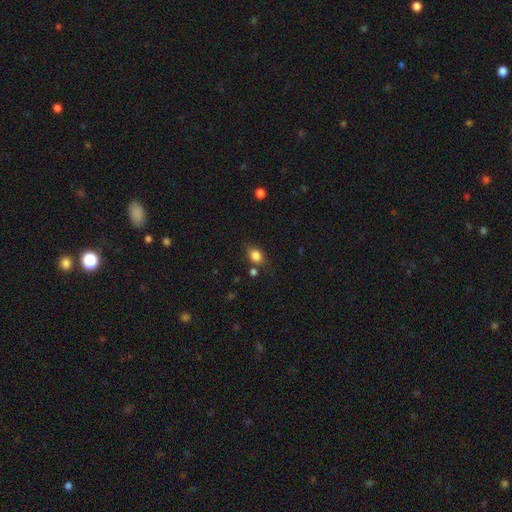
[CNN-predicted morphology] Smooth or featured? smooth (84%)
How rounded? in between (62%)
Merging? none (73%)